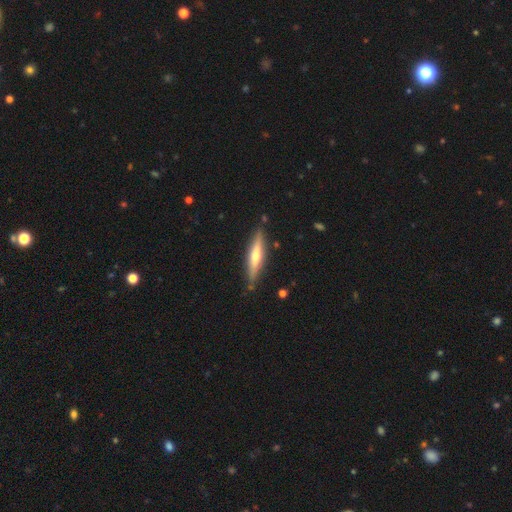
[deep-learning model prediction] Morphology: type=featured or disk (56%); edge-on=yes (94%); edge-on bulge=rounded (82%); merging=none (85%).